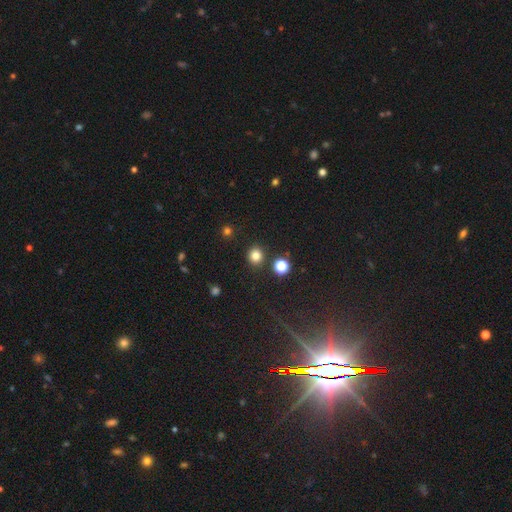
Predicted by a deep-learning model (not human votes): The model was most divided on "smooth or featured": smooth: 80%, star or artifact: 15%, featured or disk: 5%. More confident: how rounded — round (88%); merging — none (88%).